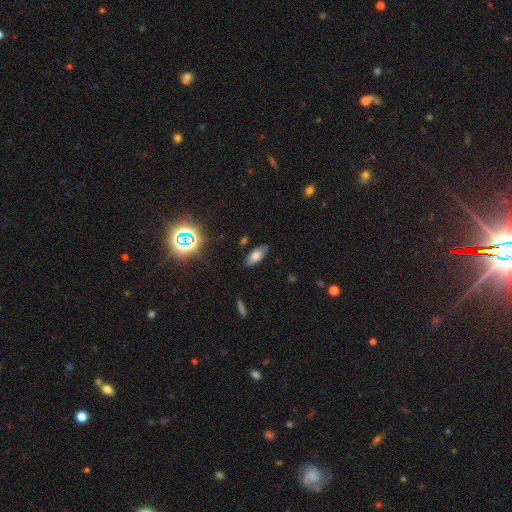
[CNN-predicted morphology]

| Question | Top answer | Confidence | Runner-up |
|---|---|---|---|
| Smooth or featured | smooth | 70% | star or artifact (16%) |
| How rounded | in between | 84% | cigar-shaped (12%) |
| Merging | none | 85% | minor disturbance (11%) |